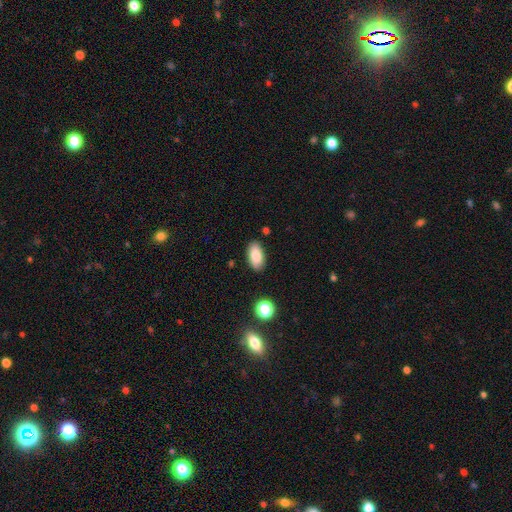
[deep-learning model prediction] Overall: smooth (85%). How rounded: in between (93%). Merging: none (85%).